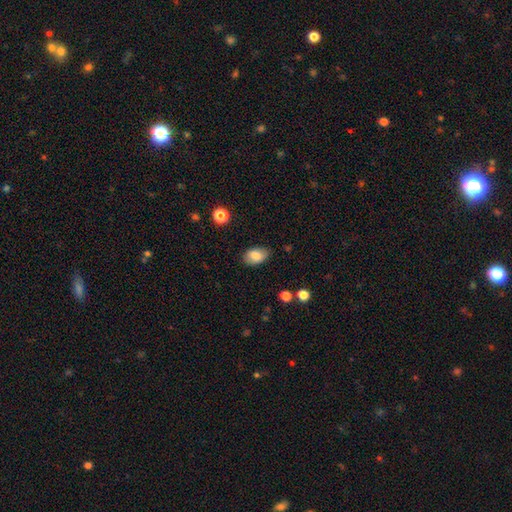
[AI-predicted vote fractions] Overall: smooth (83%). How rounded: in between (90%). Merging: none (78%).